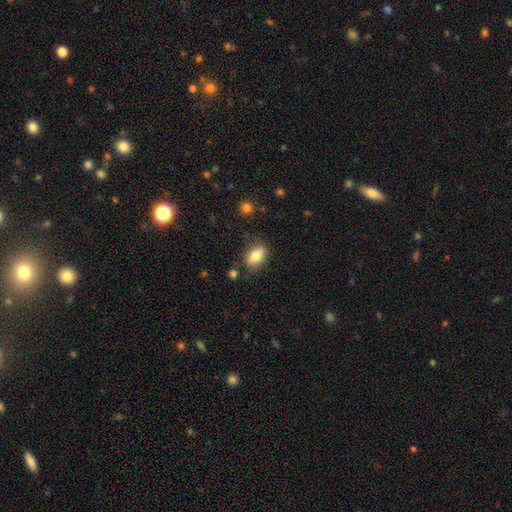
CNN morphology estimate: The model was most divided on "merging": none: 82%, minor disturbance: 12%, merger: 3%, major disturbance: 3%. More confident: how rounded — in between (87%); smooth or featured — smooth (83%).